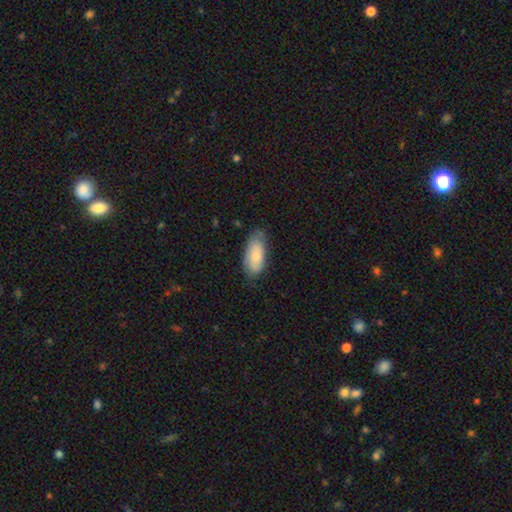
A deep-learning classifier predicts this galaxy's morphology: Overall: smooth (79%). How rounded: in between (89%). Merging: none (65%; minor disturbance 28%).